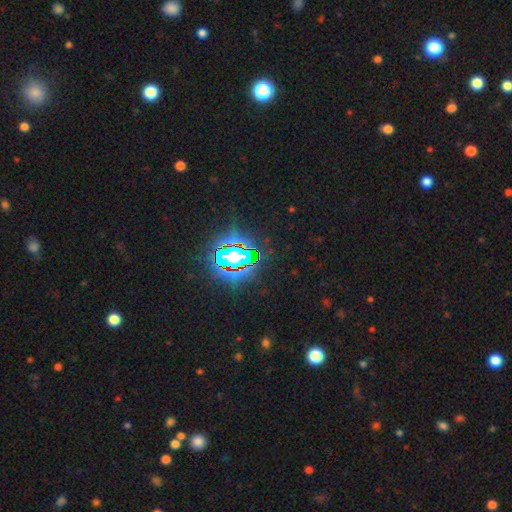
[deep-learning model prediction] star or artifact 84%, smooth 9%, featured or disk 6%.